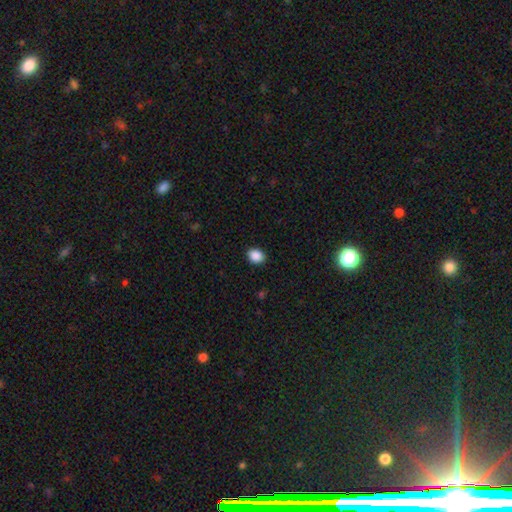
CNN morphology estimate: smooth_or_featured: smooth (p=0.89) [alt: star or artifact p=0.08]
how_rounded: in between (p=0.52) [alt: round p=0.47]
merging: none (p=0.90) [alt: minor disturbance p=0.07]